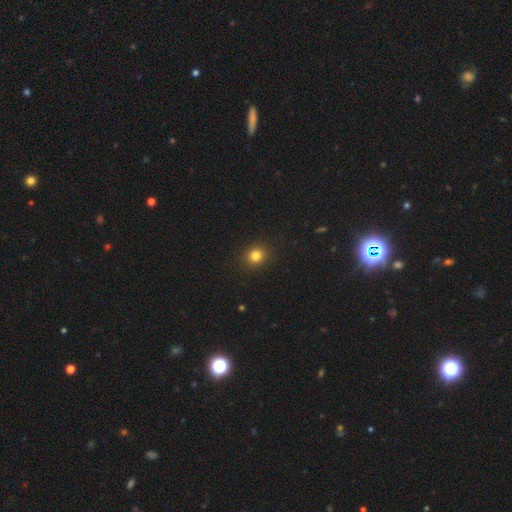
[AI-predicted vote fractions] Q: Smooth or featured?
A: smooth (82%); runner-up: star or artifact (13%)
Q: How rounded?
A: round (80%); runner-up: in between (19%)
Q: Merging?
A: none (91%); runner-up: minor disturbance (6%)